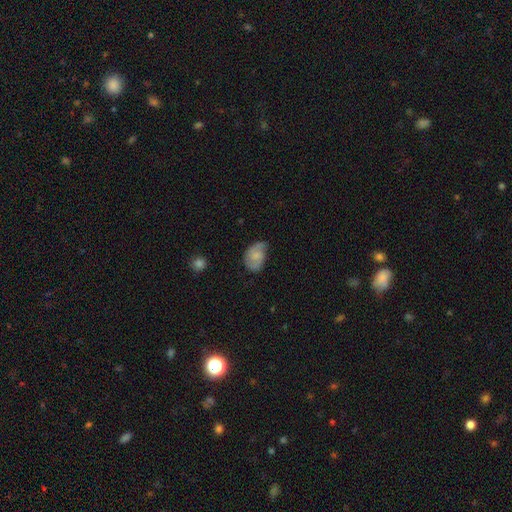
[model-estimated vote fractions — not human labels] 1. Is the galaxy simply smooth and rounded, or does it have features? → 49% smooth, 44% featured or disk, 7% star or artifact.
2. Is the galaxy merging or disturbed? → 50% none, 35% minor disturbance, 13% major disturbance, 2% merger.